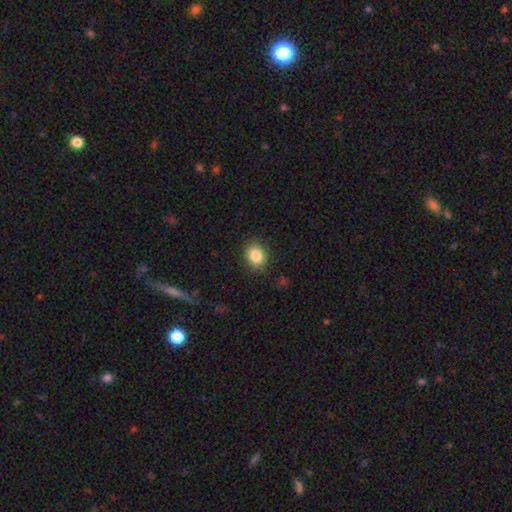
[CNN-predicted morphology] Smooth or featured: smooth — 85% (star or artifact — 9%)
How rounded: in between — 51% (round — 48%)
Merging: none — 88% (minor disturbance — 9%)